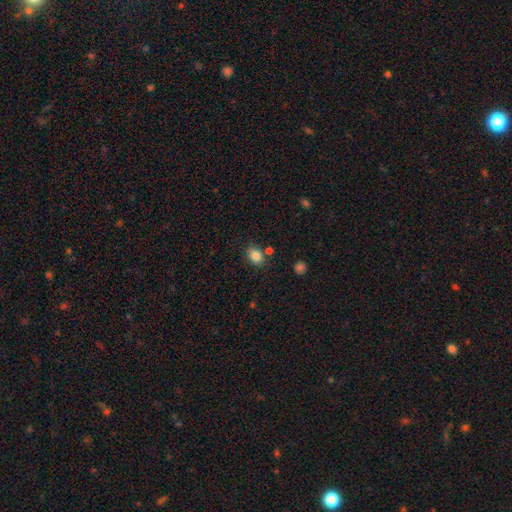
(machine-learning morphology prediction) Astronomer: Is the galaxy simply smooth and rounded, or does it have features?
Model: smooth — 84%.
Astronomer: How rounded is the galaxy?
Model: in between — 63%.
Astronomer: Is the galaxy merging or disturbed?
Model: none — 74%.